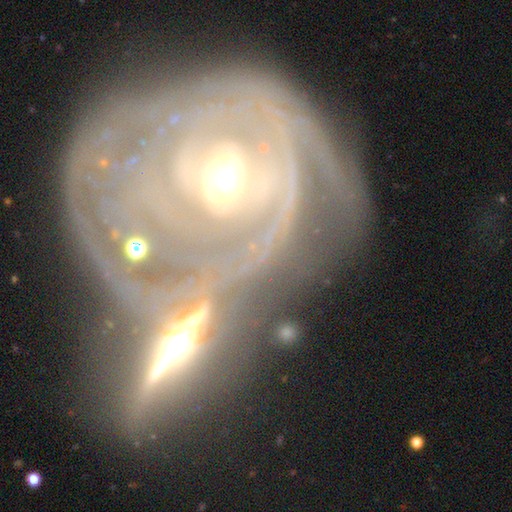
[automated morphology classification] This is likely a featured or disk galaxy (80%). It is clearly not viewed edge-on (87%). Bar: possibly no (48%). Spiral arm pattern: clearly yes (83%). Spiral arm count: marginally 2 (31%, tied with can't tell). Spiral winding: likely tight (67%). Central bulge: likely moderate (63%). Merging: marginally merger (40%).